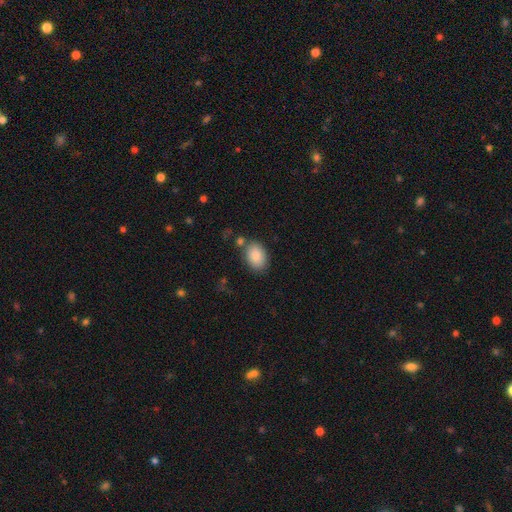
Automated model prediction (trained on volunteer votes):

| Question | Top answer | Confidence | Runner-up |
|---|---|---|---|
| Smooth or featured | smooth | 86% | star or artifact (7%) |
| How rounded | in between | 86% | round (13%) |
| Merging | none | 78% | minor disturbance (13%) |